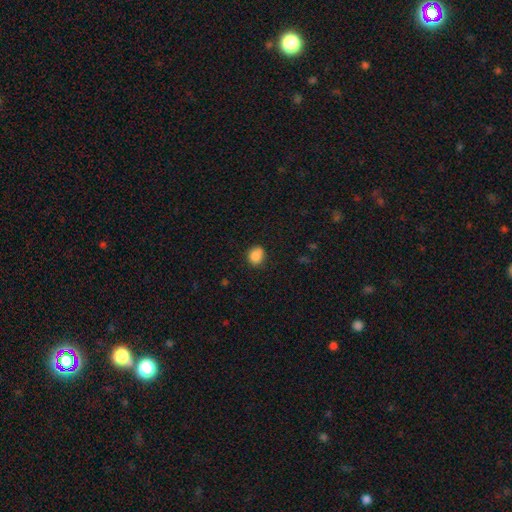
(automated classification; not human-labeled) Smooth or featured? Predicted: smooth (p=0.86). How rounded? Predicted: round (p=0.60). Merging? Predicted: none (p=0.73).